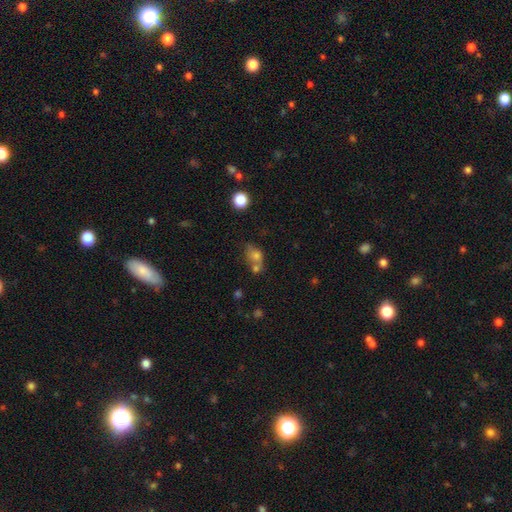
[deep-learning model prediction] Smooth or featured: smooth — 70% (featured or disk — 16%)
How rounded: in between — 52% (round — 46%)
Merging: merger — 45% (none — 34%)